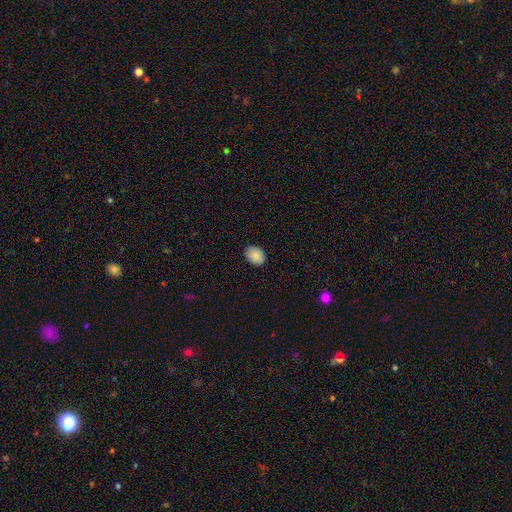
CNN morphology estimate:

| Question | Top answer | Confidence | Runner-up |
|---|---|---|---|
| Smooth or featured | smooth | 89% | star or artifact (8%) |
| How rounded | in between | 72% | round (27%) |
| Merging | none | 88% | minor disturbance (10%) |